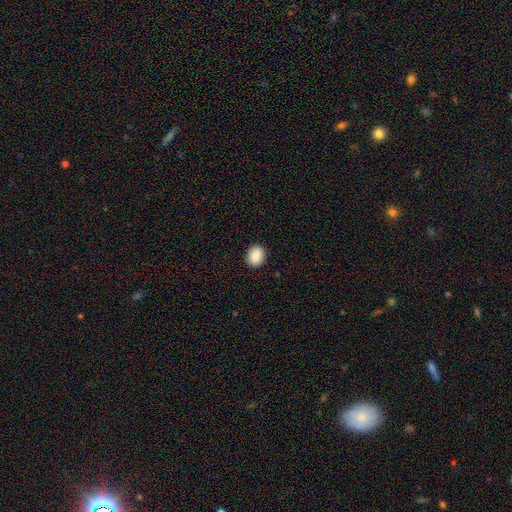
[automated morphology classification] This appears to be a smooth galaxy with no disk features (89%) that is in between round and cigar-shaped (56%). Merging: none (91%).